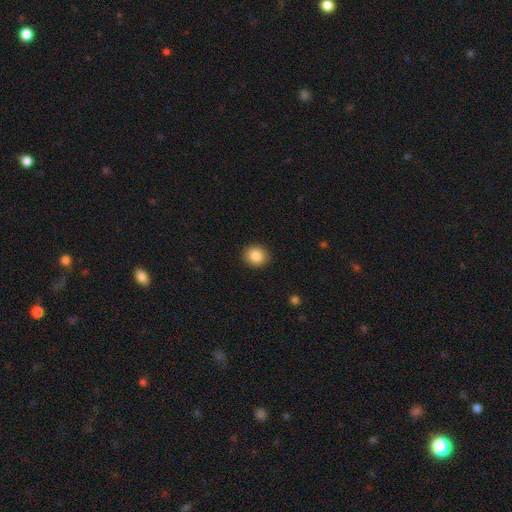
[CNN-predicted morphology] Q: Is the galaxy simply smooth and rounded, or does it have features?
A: smooth — 85%.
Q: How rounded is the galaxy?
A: round — 81%.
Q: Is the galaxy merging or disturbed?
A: none — 92%.